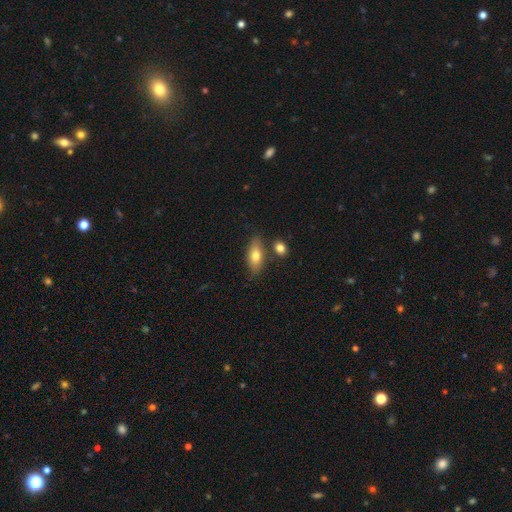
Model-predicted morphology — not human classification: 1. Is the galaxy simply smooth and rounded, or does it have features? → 74% smooth, 19% featured or disk, 7% star or artifact.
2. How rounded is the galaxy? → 80% in between, 16% cigar-shaped, 4% round.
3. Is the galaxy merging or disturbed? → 73% none, 14% minor disturbance, 10% merger, 3% major disturbance.